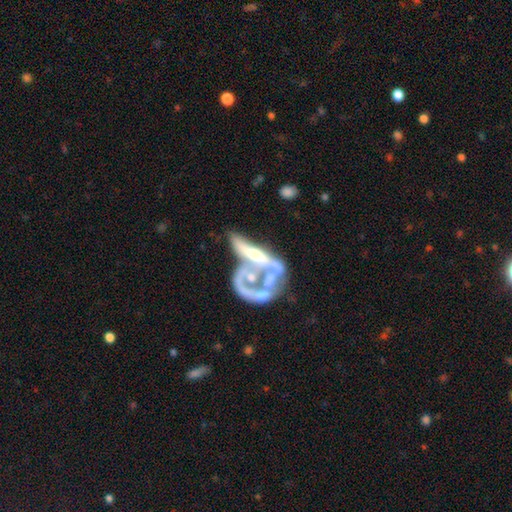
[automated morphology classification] type=featured or disk (70%); edge-on=no (91%); bar=no (82%); spiral arms=no (80%); bulge=none (40%); merging=merger (47%).